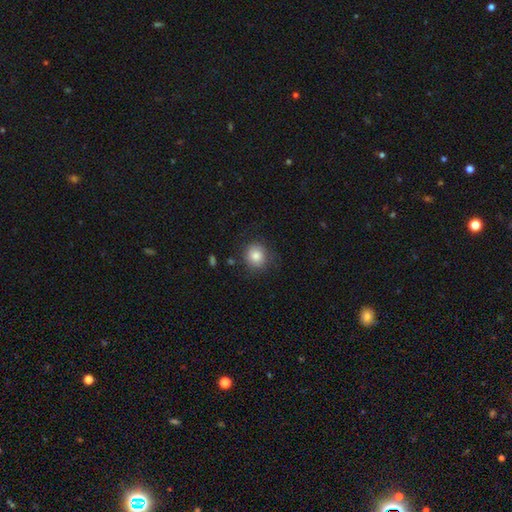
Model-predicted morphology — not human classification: This is clearly a smooth galaxy (83%). How rounded: clearly round (86%). Merging: likely none (79%).